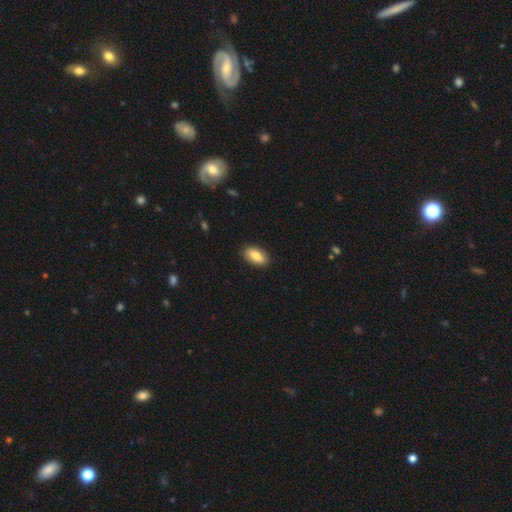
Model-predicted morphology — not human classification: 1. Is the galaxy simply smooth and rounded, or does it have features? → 84% smooth, 10% featured or disk, 6% star or artifact.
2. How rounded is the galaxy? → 90% in between, 7% cigar-shaped, 3% round.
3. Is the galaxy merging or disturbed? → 88% none, 9% minor disturbance, 2% major disturbance, 1% merger.